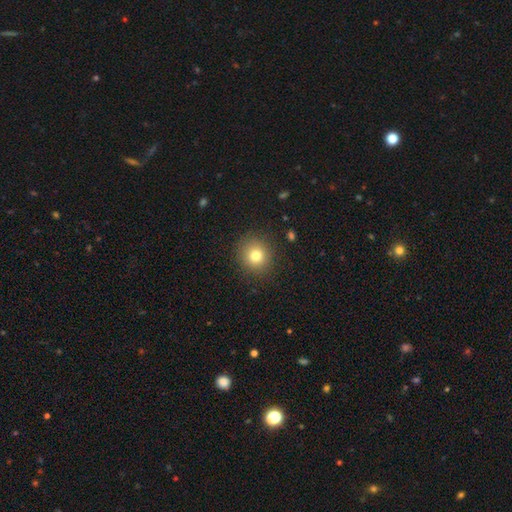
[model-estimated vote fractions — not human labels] Smooth or featured? smooth (78%)
How rounded? round (90%)
Merging? none (89%)